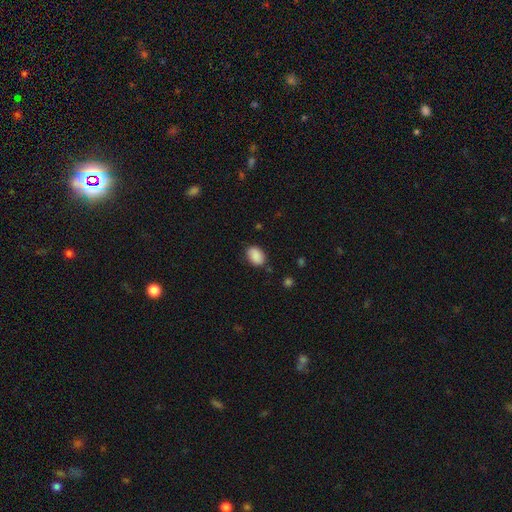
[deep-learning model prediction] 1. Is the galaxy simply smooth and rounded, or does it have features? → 88% smooth, 8% star or artifact, 4% featured or disk.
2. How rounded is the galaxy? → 80% in between, 18% round, 1% cigar-shaped.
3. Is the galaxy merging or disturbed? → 79% none, 16% minor disturbance, 3% major disturbance, 2% merger.